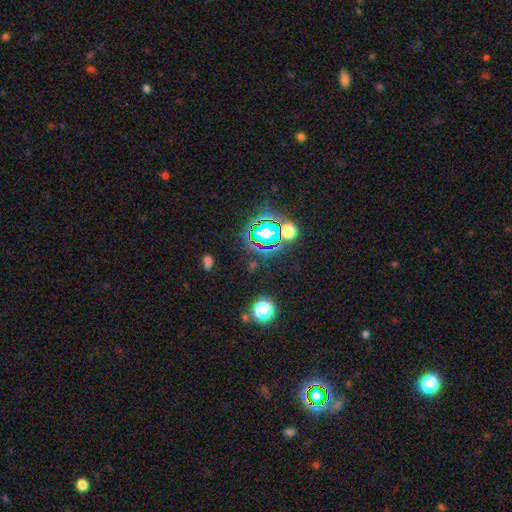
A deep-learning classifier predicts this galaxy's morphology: This appears to be a star or artifact, not a galaxy (81%).